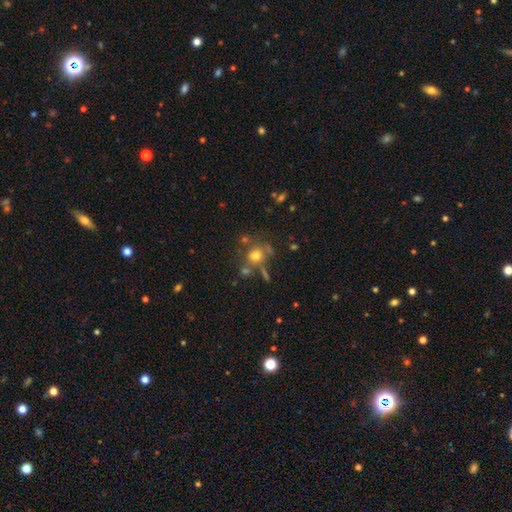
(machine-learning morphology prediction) Smooth or featured? Predicted: smooth (p=0.70). How rounded? Predicted: round (p=0.86). Merging? Predicted: none (p=0.63).